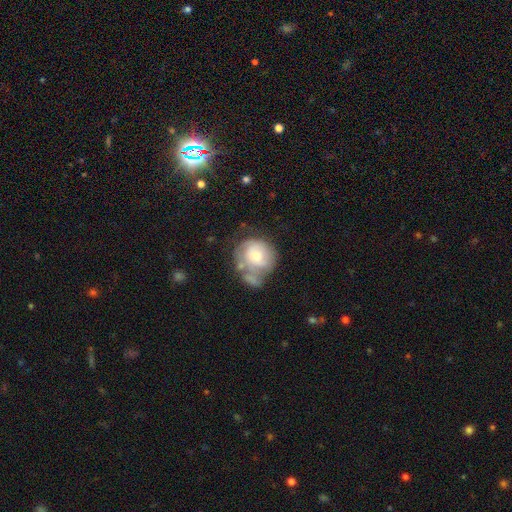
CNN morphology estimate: A smooth galaxy with no disk features (52%) that is round (76%).

Vote fractions:
- Smooth or featured? smooth: 52% / featured or disk: 41% / star or artifact: 7%
- How rounded? round: 76% / in between: 23% / cigar-shaped: 1%
- Merging? none: 30% / minor disturbance: 25% / major disturbance: 23% / merger: 22%